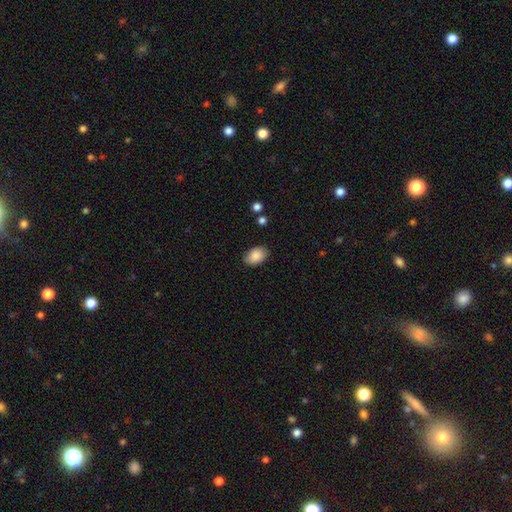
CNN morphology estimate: Smooth or featured? smooth (87%)
How rounded? in between (88%)
Merging? none (84%)